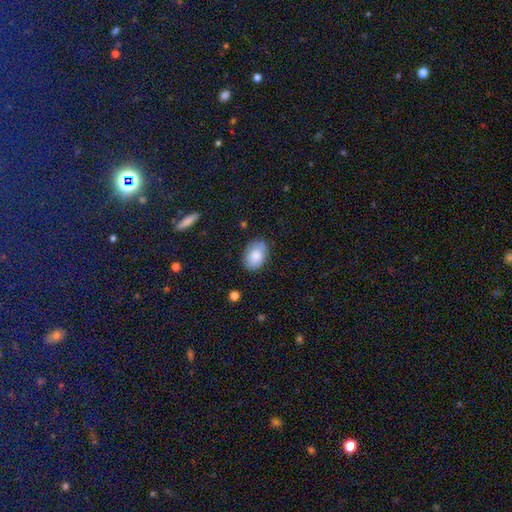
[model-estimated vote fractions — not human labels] A smooth galaxy with no disk features (83%) that is in between round and cigar-shaped (82%). Merging: none (80%).